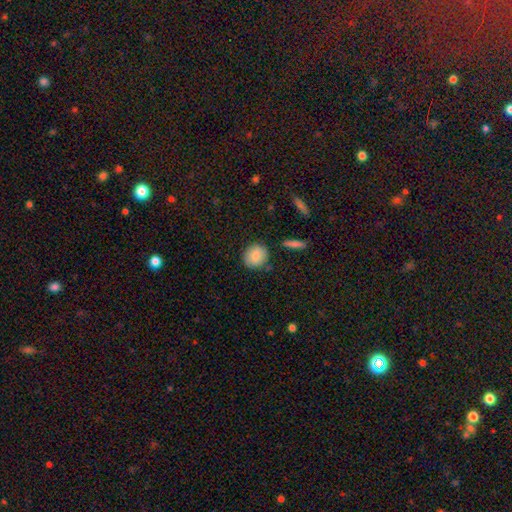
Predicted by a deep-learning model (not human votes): Smooth or featured: smooth — 83% (featured or disk — 10%)
How rounded: round — 79% (in between — 20%)
Merging: none — 82% (minor disturbance — 12%)